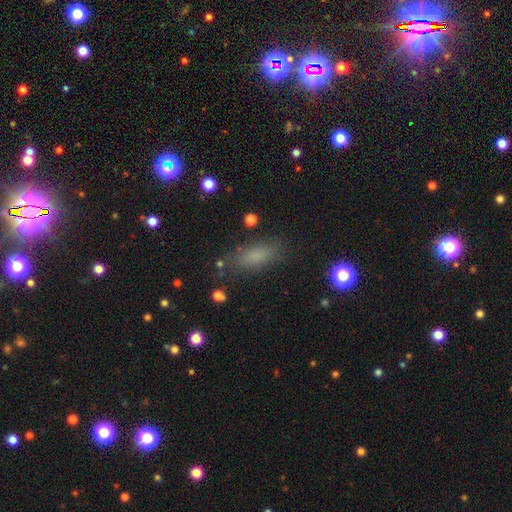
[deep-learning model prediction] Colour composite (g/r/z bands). It shows a smooth galaxy with no disk features (76%) that is in between round and cigar-shaped (68%). Merging: none (82%).